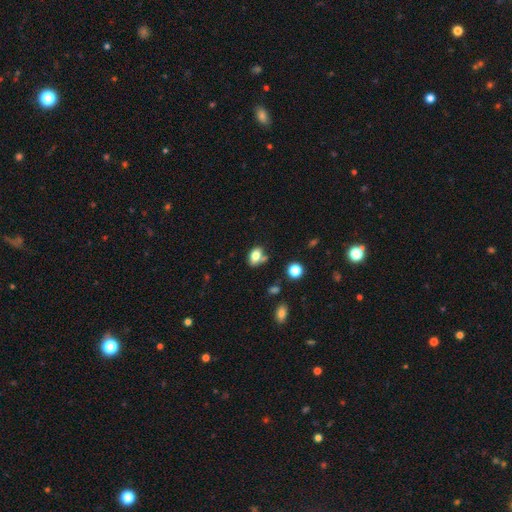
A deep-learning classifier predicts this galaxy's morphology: The model was most divided on "merging": none: 57%, minor disturbance: 19%, merger: 18%, major disturbance: 6%. More confident: how rounded — in between (78%); smooth or featured — smooth (77%).